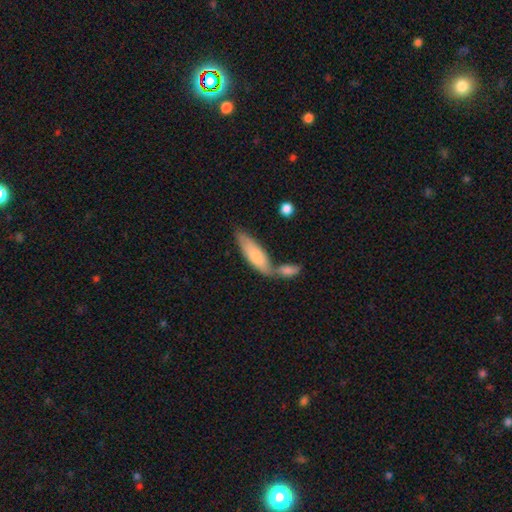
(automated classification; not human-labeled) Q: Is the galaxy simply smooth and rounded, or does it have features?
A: smooth — 71%.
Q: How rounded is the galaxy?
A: in between — 54%.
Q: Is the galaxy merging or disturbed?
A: merger — 42%.